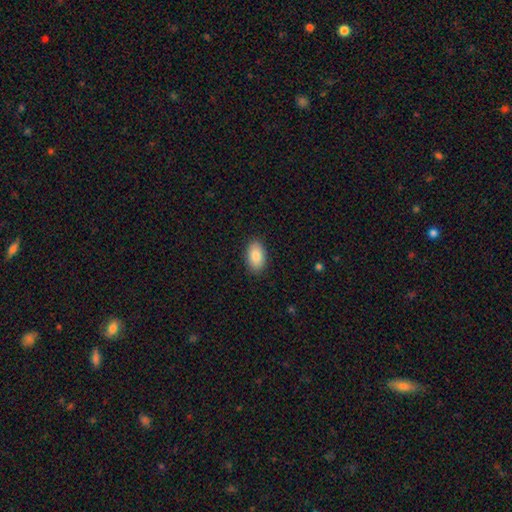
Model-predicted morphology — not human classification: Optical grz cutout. It shows a smooth galaxy with no disk features (85%) that is in between round and cigar-shaped (93%). Merging: none (89%).